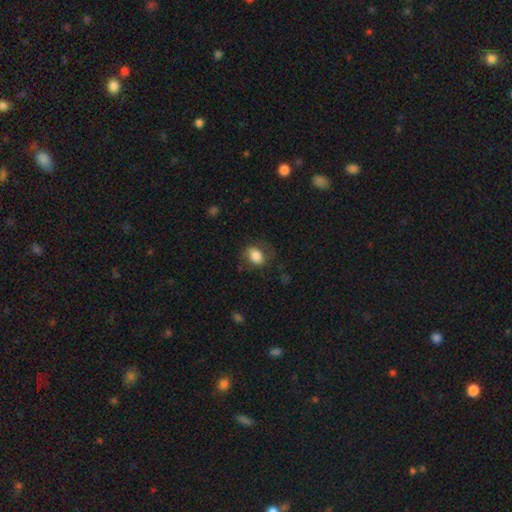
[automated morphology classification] A smooth galaxy with no disk features (79%) that is in between round and cigar-shaped (65%). Merging: none (63%).